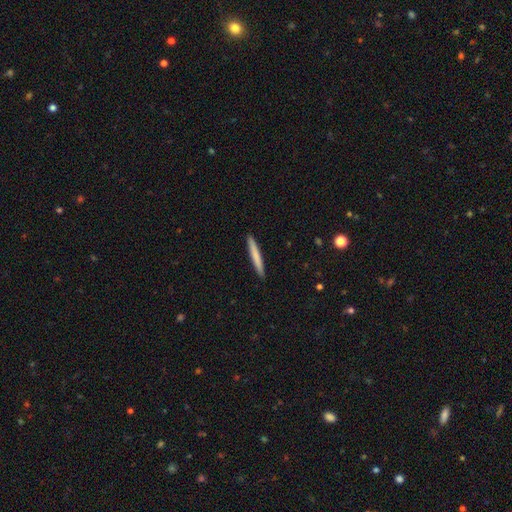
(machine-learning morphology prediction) A smooth galaxy with no disk features (73%) that is cigar-shaped (97%).

Vote fractions:
- Smooth or featured? smooth: 73% / featured or disk: 22% / star or artifact: 5%
- How rounded? cigar-shaped: 97% / in between: 2% / round: 1%
- Merging? none: 93% / minor disturbance: 5% / major disturbance: 1% / merger: 1%